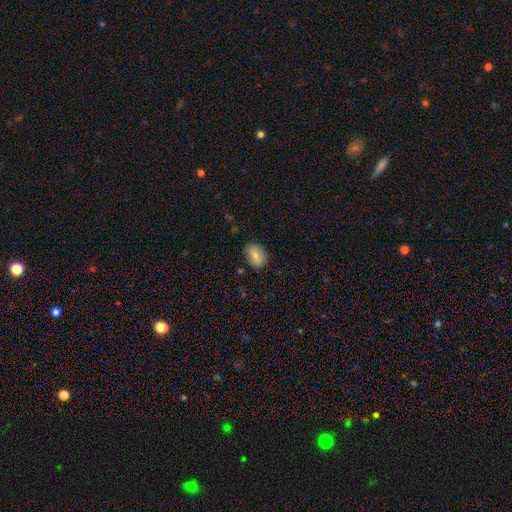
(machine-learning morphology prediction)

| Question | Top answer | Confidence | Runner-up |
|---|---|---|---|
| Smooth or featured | smooth | 80% | featured or disk (11%) |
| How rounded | in between | 74% | round (24%) |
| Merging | none | 82% | minor disturbance (14%) |